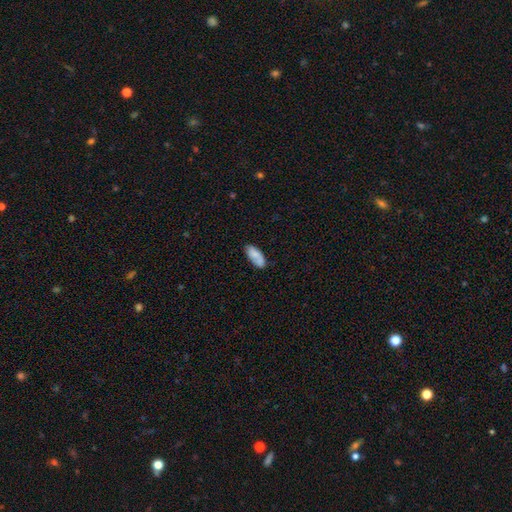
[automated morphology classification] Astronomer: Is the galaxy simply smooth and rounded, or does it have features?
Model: smooth — 73%.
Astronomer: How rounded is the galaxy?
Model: in between — 88%.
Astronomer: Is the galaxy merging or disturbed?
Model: none — 69%.